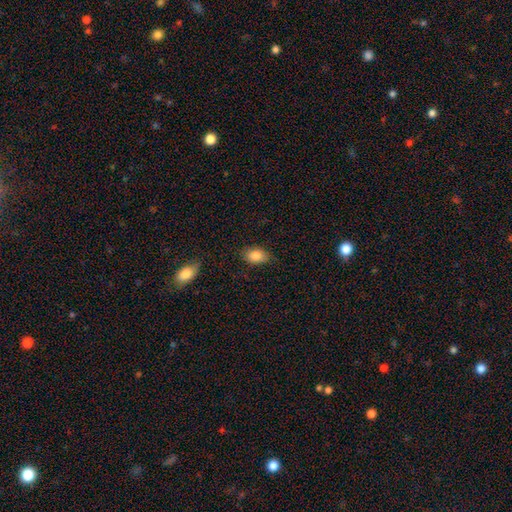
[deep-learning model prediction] A smooth galaxy with no disk features (85%) that is in between round and cigar-shaped (83%).

Vote fractions:
- Smooth or featured? smooth: 85% / star or artifact: 8% / featured or disk: 7%
- How rounded? in between: 83% / round: 15% / cigar-shaped: 2%
- Merging? none: 79% / minor disturbance: 17% / major disturbance: 4% / merger: 1%